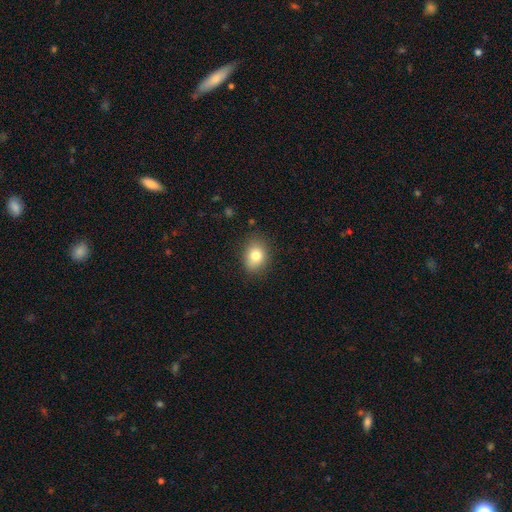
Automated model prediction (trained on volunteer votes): This appears to be a smooth galaxy with no disk features (80%) that is in between round and cigar-shaped (64%). Merging: none (83%).